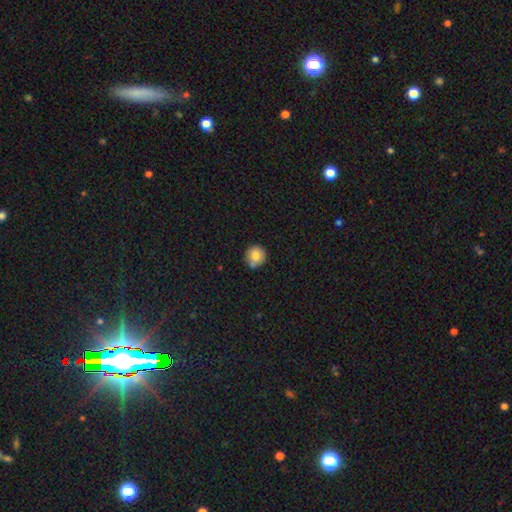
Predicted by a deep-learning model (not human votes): Smooth or featured? Predicted: smooth (p=0.82). How rounded? Predicted: round (p=0.91). Merging? Predicted: none (p=0.73).